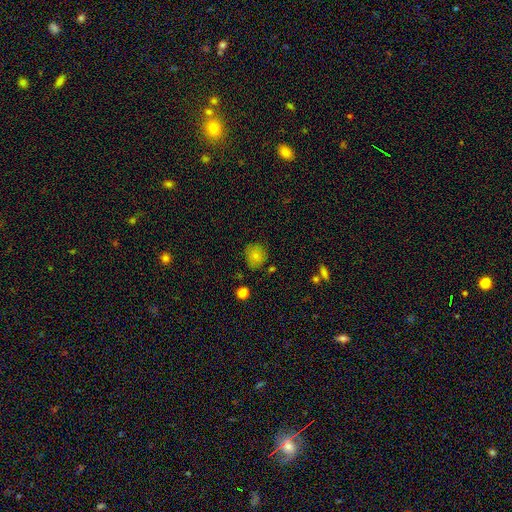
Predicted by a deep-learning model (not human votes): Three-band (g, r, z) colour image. It shows a smooth galaxy with no disk features (81%) that is round (81%). Merging: none (77%).